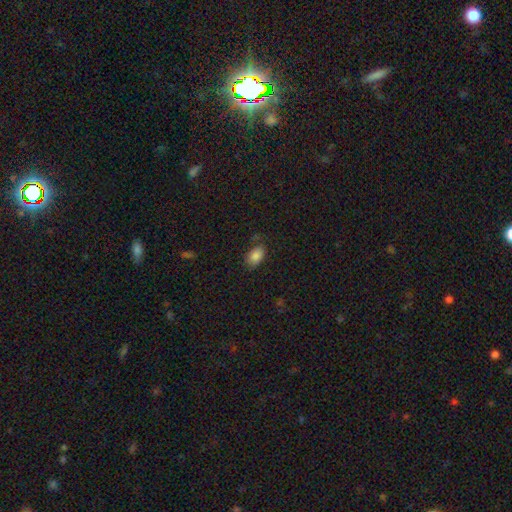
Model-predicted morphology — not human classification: A smooth galaxy with no disk features (85%) that is in between round and cigar-shaped (90%). Merging: none (74%).